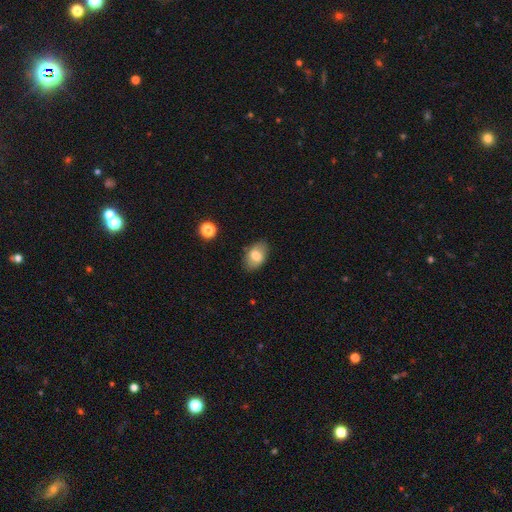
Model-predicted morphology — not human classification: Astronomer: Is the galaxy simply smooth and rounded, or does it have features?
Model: smooth — 72%.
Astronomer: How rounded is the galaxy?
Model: in between — 88%.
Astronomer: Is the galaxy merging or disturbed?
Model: none — 81%.